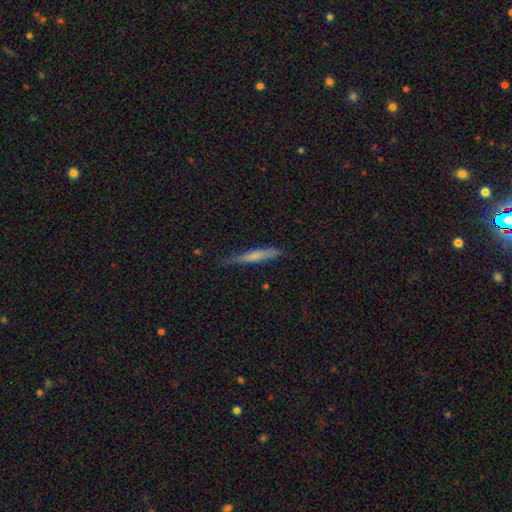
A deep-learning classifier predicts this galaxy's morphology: This appears to be a smooth galaxy with no disk features (63%) that is cigar-shaped (94%). Merging: none (78%).